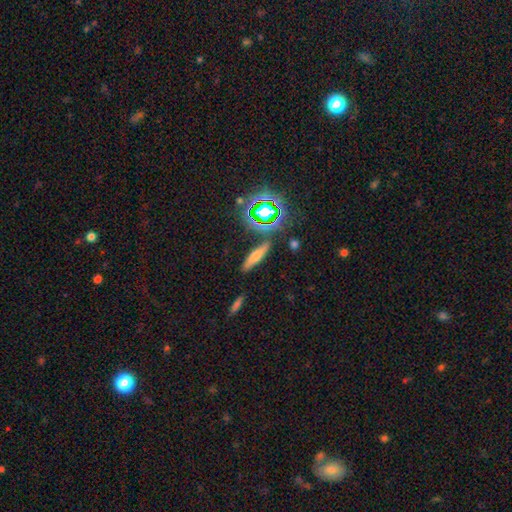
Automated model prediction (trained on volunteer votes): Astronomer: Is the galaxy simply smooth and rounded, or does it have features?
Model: smooth — 58%.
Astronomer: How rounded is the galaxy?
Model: cigar-shaped — 73%.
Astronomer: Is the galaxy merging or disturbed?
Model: none — 83%.